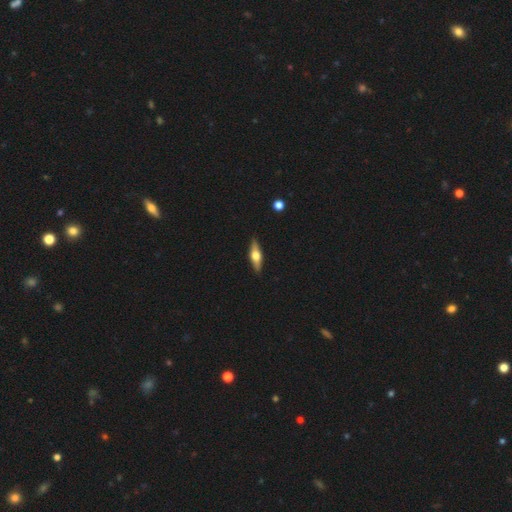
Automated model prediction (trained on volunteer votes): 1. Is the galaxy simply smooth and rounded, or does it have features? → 59% featured or disk, 35% smooth, 6% star or artifact.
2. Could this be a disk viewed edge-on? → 94% yes, 6% no.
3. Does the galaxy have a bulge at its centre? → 94% rounded, 4% boxy, 2% none.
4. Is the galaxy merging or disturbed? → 89% none, 8% minor disturbance, 2% major disturbance, 1% merger.